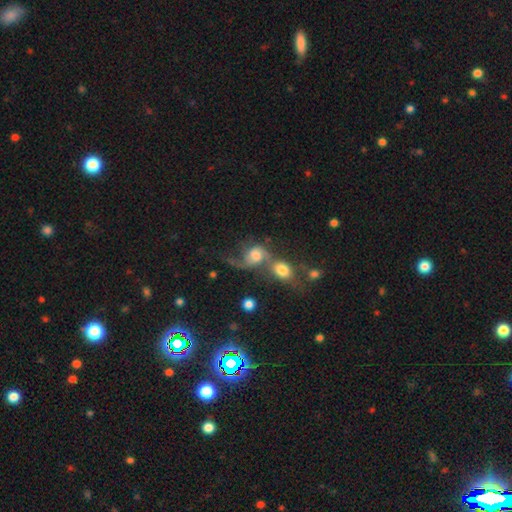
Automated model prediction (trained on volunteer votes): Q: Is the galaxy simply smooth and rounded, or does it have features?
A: featured or disk — 57%.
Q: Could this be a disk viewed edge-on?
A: no — 97%.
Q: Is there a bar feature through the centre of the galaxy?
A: no — 64%.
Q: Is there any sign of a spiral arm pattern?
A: yes — 85%.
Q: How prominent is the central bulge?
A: moderate — 40%.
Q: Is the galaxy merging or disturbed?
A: merger — 61%.